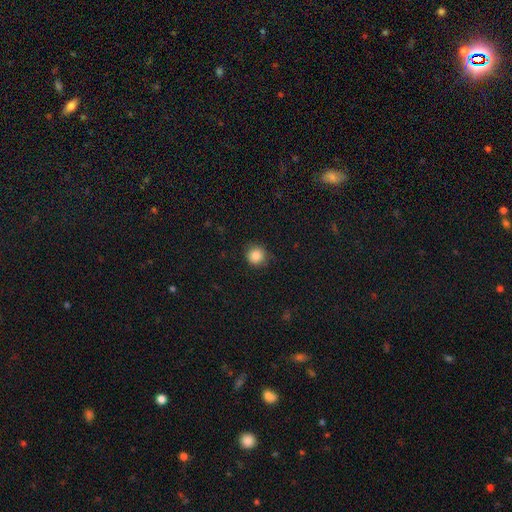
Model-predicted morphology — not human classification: type=smooth (85%); roundness=round (93%); merging=none (87%).